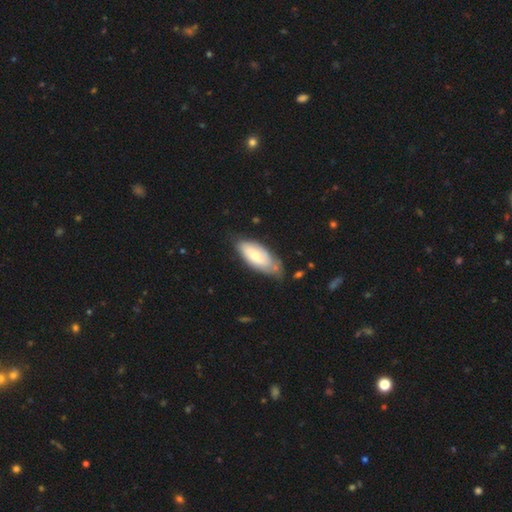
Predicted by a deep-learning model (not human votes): This appears to be a smooth galaxy with no disk features (57%) that is in between round and cigar-shaped (84%). Merging: none (57%).